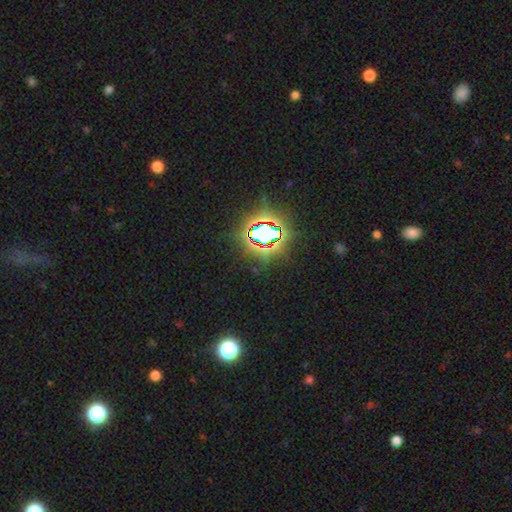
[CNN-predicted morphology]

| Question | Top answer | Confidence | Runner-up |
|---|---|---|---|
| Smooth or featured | star or artifact | 83% | smooth (10%) |